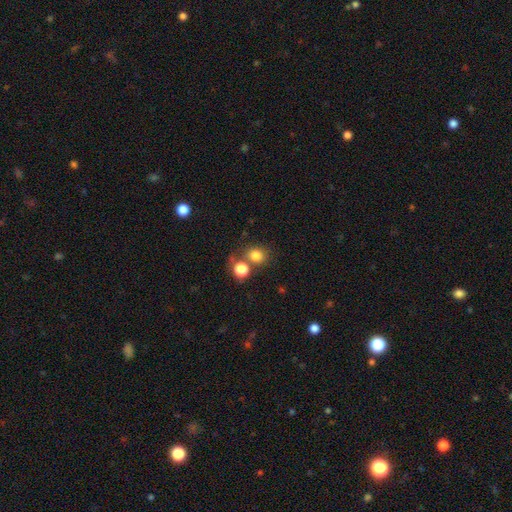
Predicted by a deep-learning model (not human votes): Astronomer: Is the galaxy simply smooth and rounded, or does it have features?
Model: smooth — 79%.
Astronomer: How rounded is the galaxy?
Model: round — 75%.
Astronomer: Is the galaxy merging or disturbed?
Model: none — 60%.